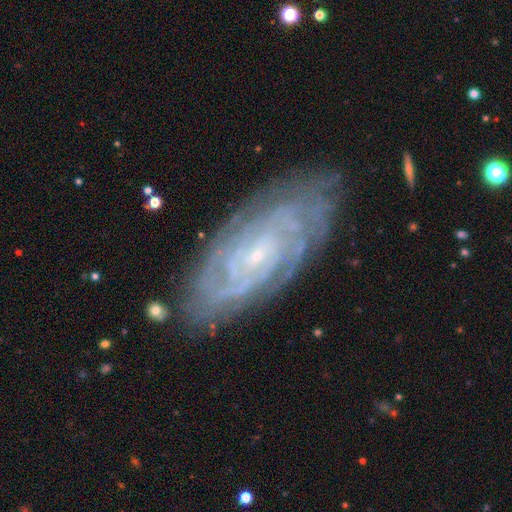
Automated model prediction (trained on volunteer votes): This appears to be a featured or disk galaxy (88%) with no bar (64%), tight (81%) spiral arms (98%) and a small central bulge (85%). Merging: none (80%).